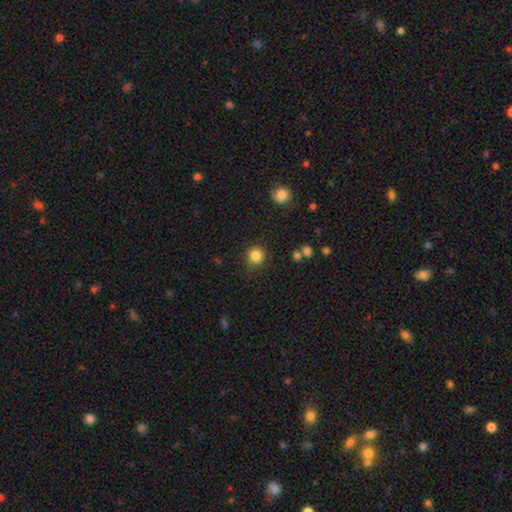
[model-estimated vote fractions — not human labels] This is clearly a smooth galaxy (84%). How rounded: clearly round (92%). Merging: clearly none (87%).